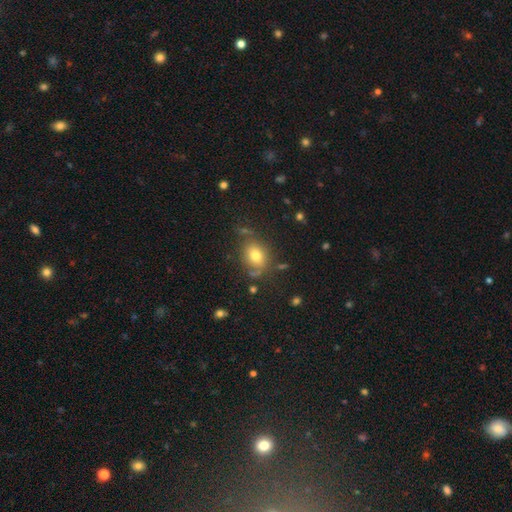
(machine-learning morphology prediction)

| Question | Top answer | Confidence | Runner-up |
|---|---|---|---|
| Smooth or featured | smooth | 74% | featured or disk (14%) |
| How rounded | in between | 54% | round (45%) |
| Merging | none | 70% | minor disturbance (17%) |